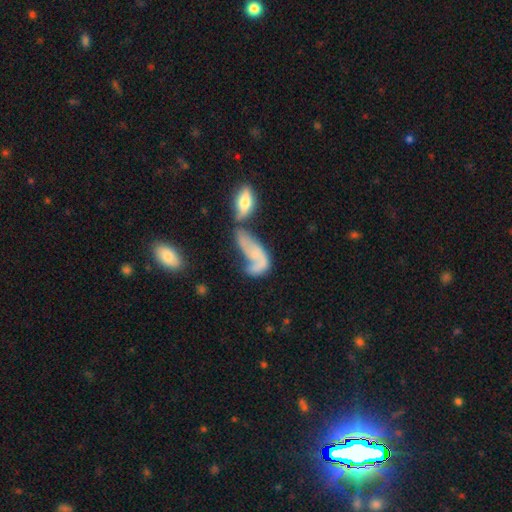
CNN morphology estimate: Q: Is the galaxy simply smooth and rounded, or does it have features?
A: featured or disk — 55%.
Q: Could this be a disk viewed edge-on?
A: no — 92%.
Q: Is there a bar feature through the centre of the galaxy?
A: no — 75%.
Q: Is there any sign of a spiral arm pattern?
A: yes — 64%.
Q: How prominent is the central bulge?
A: none — 51%.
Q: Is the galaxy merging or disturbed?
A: merger — 38%.